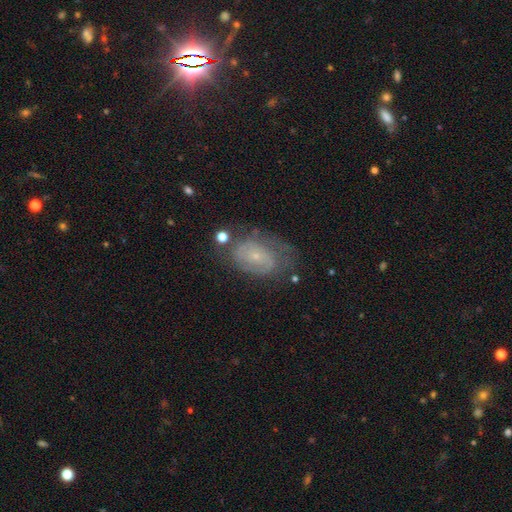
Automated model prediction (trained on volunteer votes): This appears to be a featured or disk galaxy (63%) with no bar (73%), spiral arms (75%) and a small central bulge (80%). Merging: none (54%).